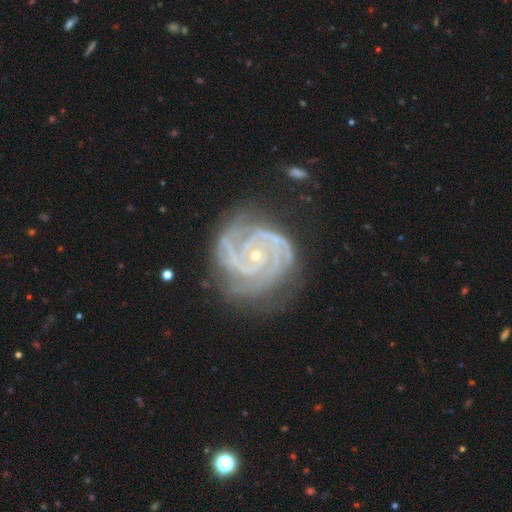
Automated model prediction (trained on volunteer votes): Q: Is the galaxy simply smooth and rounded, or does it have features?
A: featured or disk — 92%.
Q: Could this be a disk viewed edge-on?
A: no — 98%.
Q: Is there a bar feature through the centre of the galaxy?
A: no — 71%.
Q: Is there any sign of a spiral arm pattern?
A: yes — 99%.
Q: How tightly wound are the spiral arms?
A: tight — 74%.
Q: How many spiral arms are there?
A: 3 — 36%.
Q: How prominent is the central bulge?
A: small — 79%.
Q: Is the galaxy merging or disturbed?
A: none — 71%.